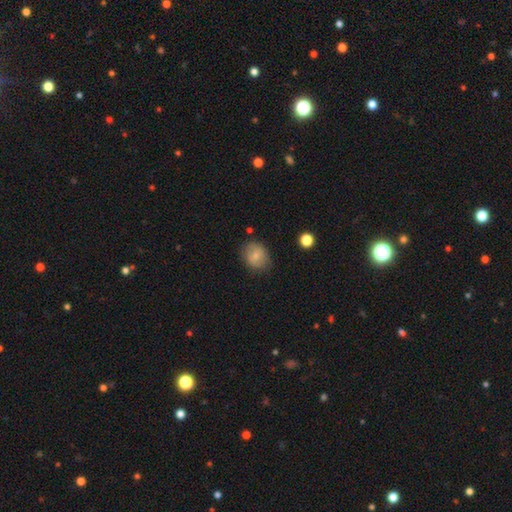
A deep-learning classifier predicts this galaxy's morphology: Smooth or featured: smooth — 74% (featured or disk — 17%)
How rounded: round — 60% (in between — 40%)
Merging: none — 75% (minor disturbance — 18%)